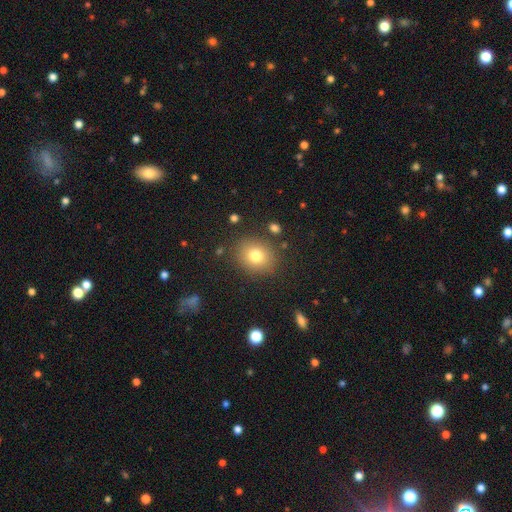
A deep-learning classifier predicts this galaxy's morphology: Smooth or featured? Predicted: smooth (p=0.77). How rounded? Predicted: round (p=0.71). Merging? Predicted: none (p=0.85).